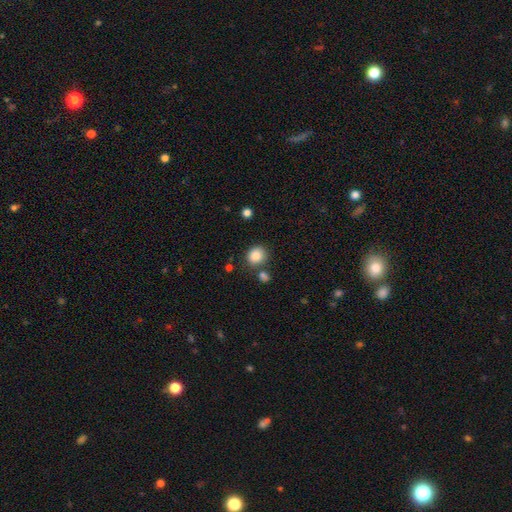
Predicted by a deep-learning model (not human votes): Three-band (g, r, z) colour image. It shows a smooth galaxy with no disk features (86%) that is round (75%). Merging: none (74%).